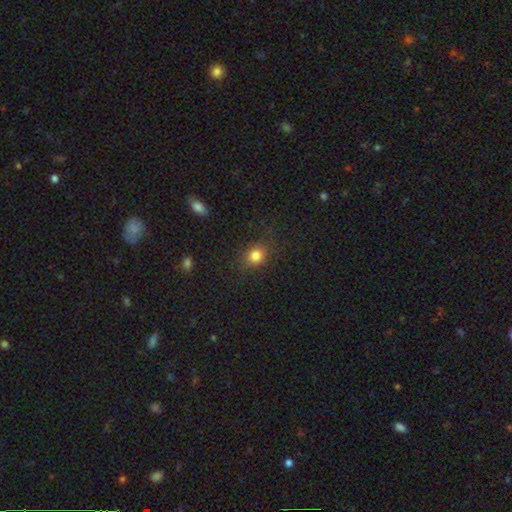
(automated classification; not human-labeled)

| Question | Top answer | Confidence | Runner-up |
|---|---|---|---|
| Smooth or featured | smooth | 82% | star or artifact (12%) |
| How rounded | round | 67% | in between (31%) |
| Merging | none | 84% | minor disturbance (11%) |